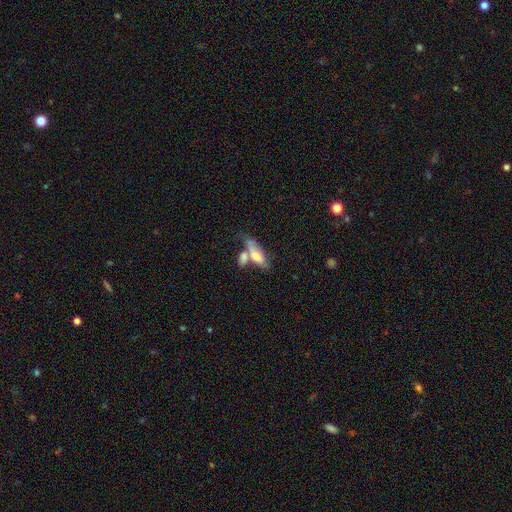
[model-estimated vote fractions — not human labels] Morphology: type=smooth (63%); roundness=in between (68%); merging=merger (49%).